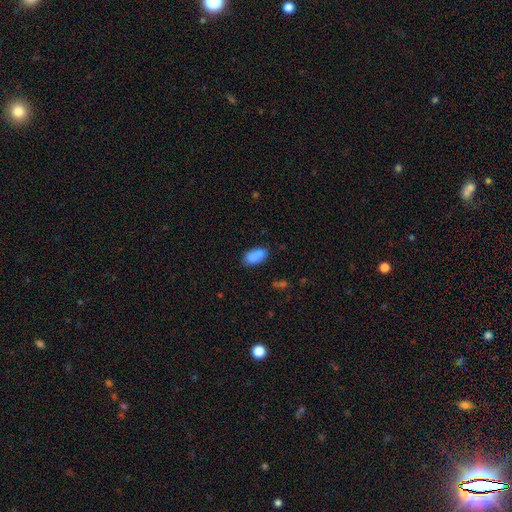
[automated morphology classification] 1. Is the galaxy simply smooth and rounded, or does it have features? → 78% smooth, 14% featured or disk, 8% star or artifact.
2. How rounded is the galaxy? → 90% in between, 7% round, 3% cigar-shaped.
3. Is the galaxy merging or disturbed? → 55% none, 23% merger, 17% minor disturbance, 5% major disturbance.